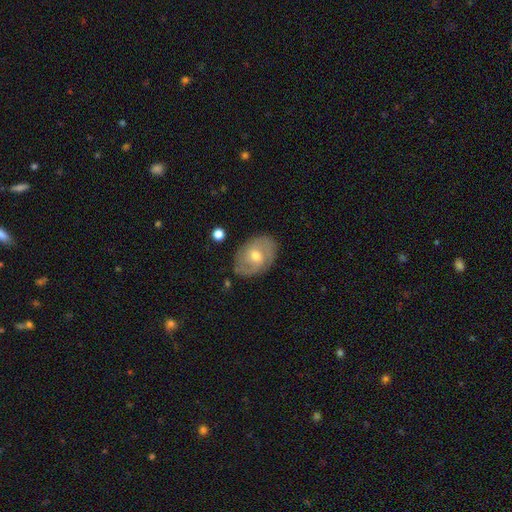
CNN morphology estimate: This is possibly a featured or disk galaxy (58%). It is clearly not viewed edge-on (95%). Bar: possibly no (55%). Spiral arm pattern: likely yes (74%). Central bulge: likely moderate (64%). Merging: likely none (75%).